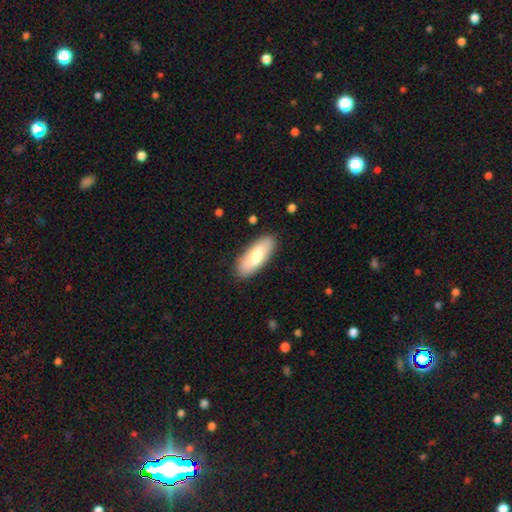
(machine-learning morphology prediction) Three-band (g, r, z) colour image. It shows a smooth galaxy with no disk features (74%) that is in between round and cigar-shaped (80%). Merging: none (87%).